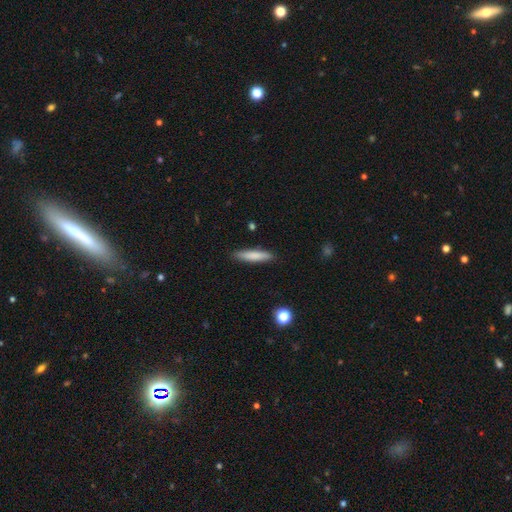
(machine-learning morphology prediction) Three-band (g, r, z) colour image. It shows a smooth galaxy with no disk features (79%) that is cigar-shaped (86%). Merging: none (89%).